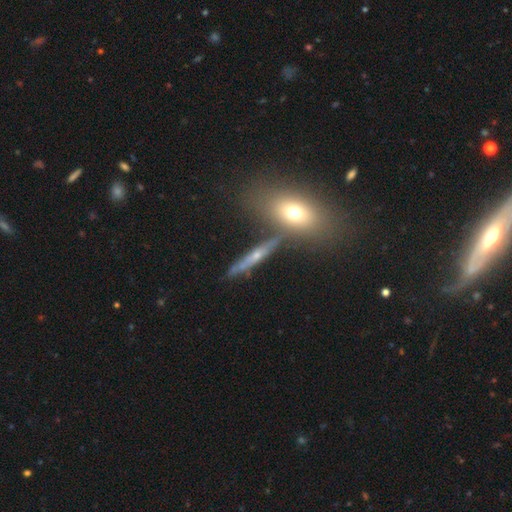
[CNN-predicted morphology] A featured or disk galaxy (56%) viewed edge-on (82%). Merging: none (70%).